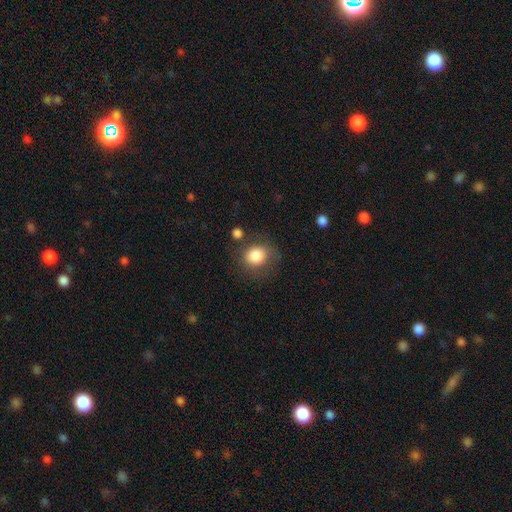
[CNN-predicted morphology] Smooth or featured: smooth — 83% (star or artifact — 9%)
How rounded: round — 75% (in between — 24%)
Merging: none — 68% (minor disturbance — 18%)